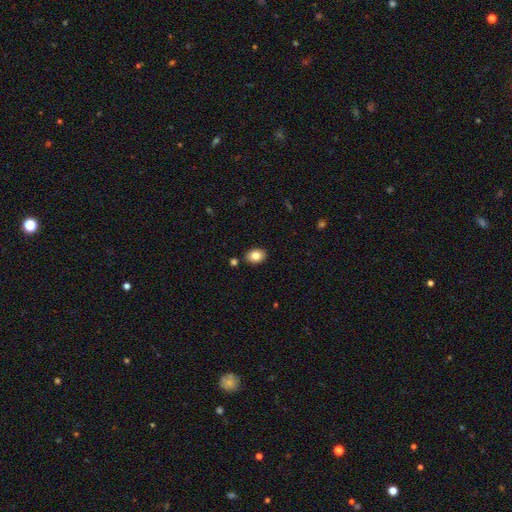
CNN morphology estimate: A smooth galaxy with no disk features (83%) that is in between round and cigar-shaped (79%). Merging: none (87%).